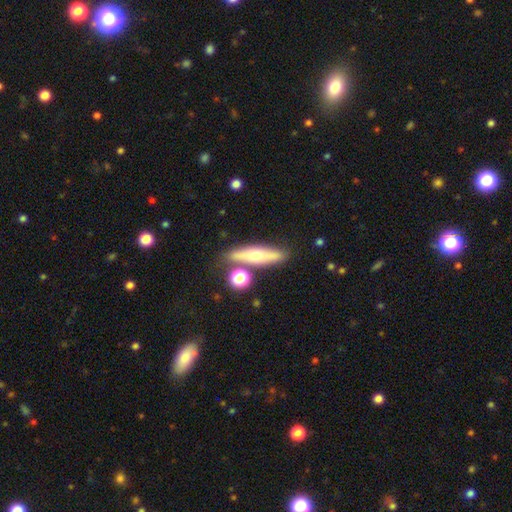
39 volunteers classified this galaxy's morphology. A featured or disk galaxy (59%) viewed edge-on (91%) with a rounded central bulge (90%).

Vote fractions:
- Smooth or featured? featured or disk: 59% / smooth: 36% / star or artifact: 5%
- Edge-on disk? yes: 91% / no: 9%
- Edge-on bulge? rounded: 90% / none: 10% / boxy: 0%
- Merging? none: 73% / merger: 14% / major disturbance: 8% / minor disturbance: 5%